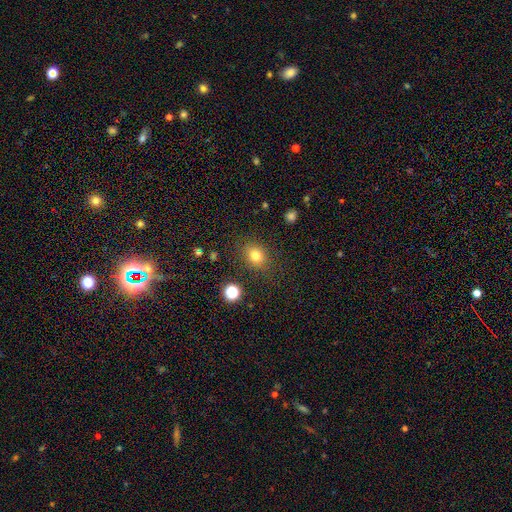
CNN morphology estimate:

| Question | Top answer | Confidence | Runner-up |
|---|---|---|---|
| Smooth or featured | smooth | 79% | star or artifact (13%) |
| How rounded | round | 54% | in between (45%) |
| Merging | none | 83% | minor disturbance (11%) |